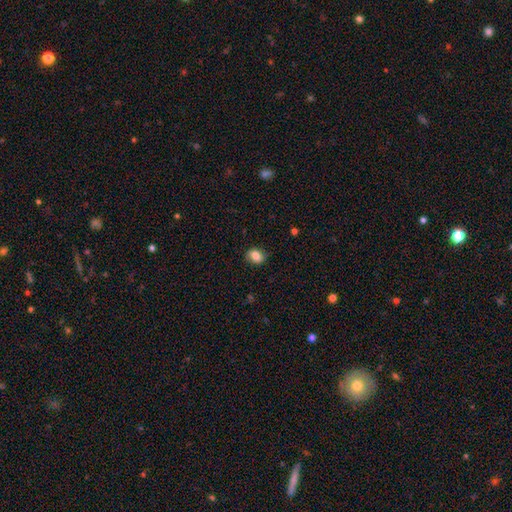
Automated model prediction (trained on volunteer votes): A smooth galaxy with no disk features (81%) that is in between round and cigar-shaped (57%). Merging: none (82%).